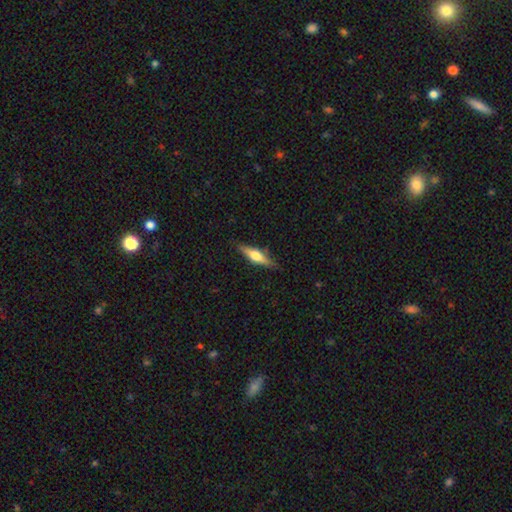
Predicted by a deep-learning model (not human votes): A featured or disk galaxy (58%) viewed edge-on (96%) with a rounded central bulge (92%). Merging: none (86%).